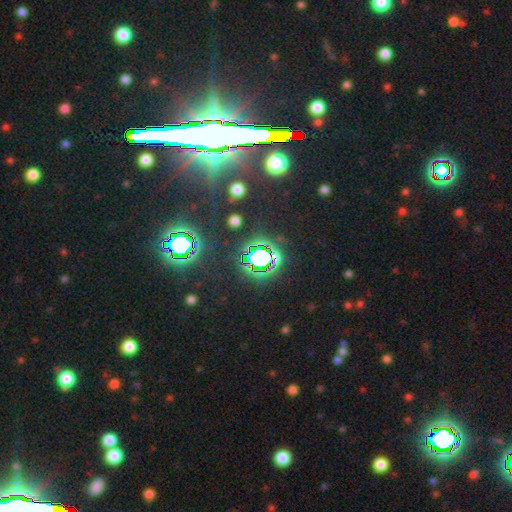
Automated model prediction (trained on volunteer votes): Smooth or featured? Predicted: star or artifact (p=0.84).